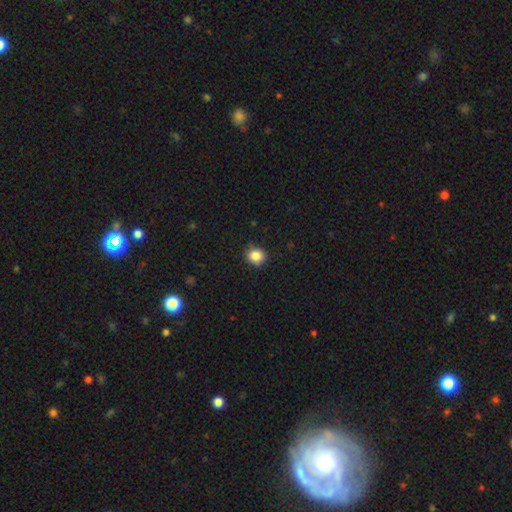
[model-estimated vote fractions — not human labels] A smooth galaxy with no disk features (85%) that is round (81%). Merging: none (84%).